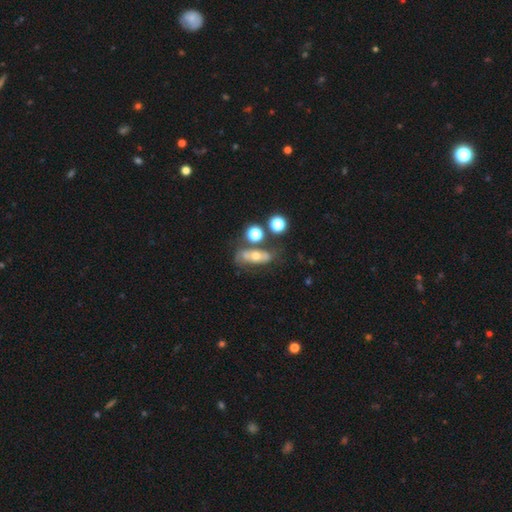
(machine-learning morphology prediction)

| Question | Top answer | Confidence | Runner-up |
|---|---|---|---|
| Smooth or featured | featured or disk | 47% | smooth (36%) |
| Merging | none | 51% | minor disturbance (19%) |